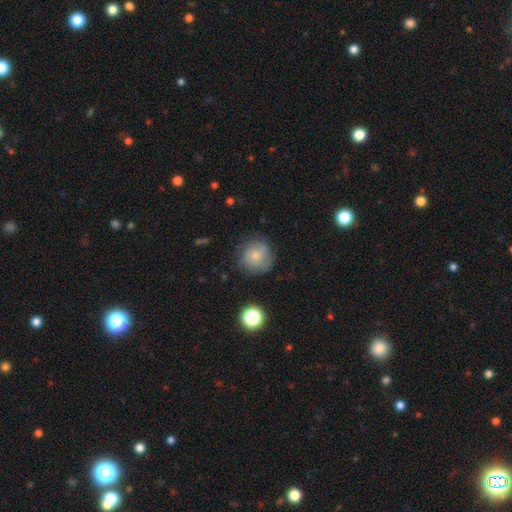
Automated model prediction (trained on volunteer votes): Morphology: type=smooth (69%); roundness=round (91%); merging=none (72%).